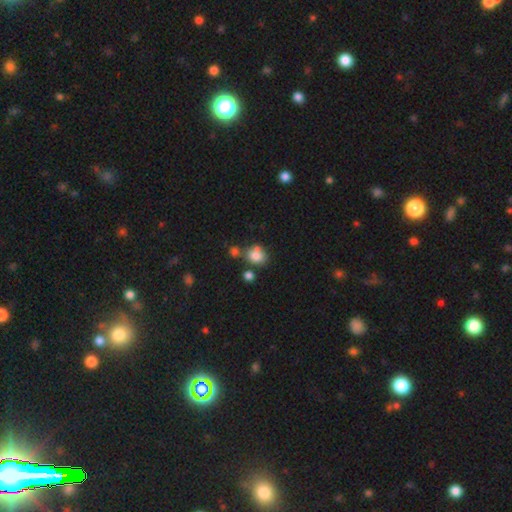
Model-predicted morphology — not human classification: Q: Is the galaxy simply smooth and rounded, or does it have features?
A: smooth — 80%.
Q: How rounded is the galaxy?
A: round — 67%.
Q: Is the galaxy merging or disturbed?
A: none — 57%.